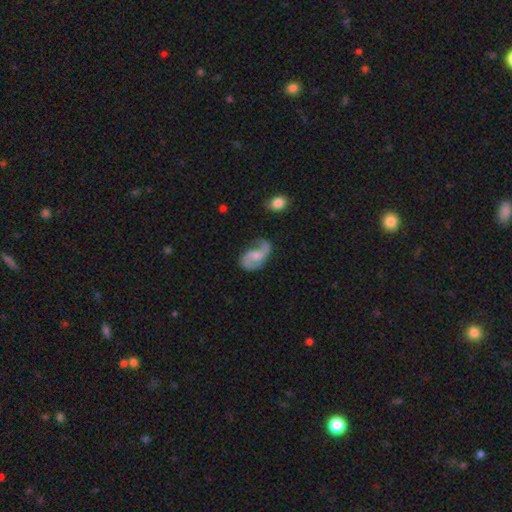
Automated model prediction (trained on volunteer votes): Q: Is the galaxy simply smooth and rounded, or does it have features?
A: featured or disk — 83%.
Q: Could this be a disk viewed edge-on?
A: no — 98%.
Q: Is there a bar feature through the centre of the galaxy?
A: no — 48%.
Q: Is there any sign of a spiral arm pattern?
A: yes — 95%.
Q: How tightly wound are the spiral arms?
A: medium — 45%.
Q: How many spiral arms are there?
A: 2 — 88%.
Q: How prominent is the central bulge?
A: moderate — 39%.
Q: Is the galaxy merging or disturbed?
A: none — 62%.